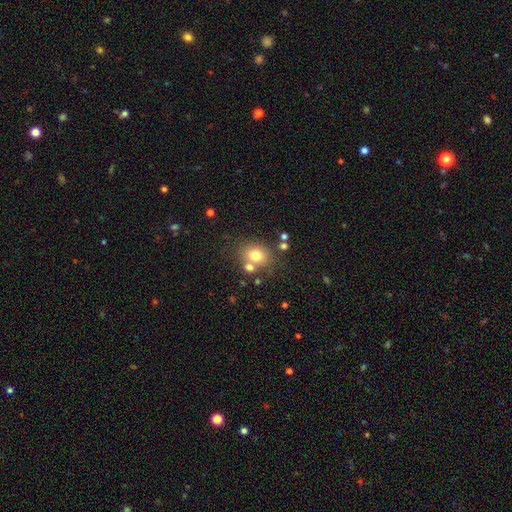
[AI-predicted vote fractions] Q: Smooth or featured?
A: smooth (75%); runner-up: star or artifact (13%)
Q: How rounded?
A: round (60%); runner-up: in between (39%)
Q: Merging?
A: none (64%); runner-up: merger (20%)